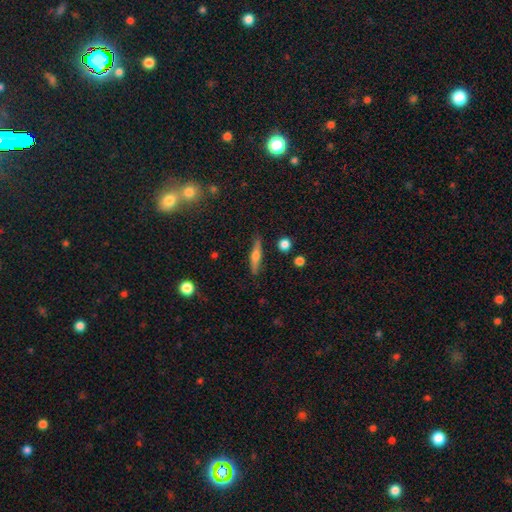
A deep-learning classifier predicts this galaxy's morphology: A smooth galaxy with no disk features (48%). Merging: none (86%).